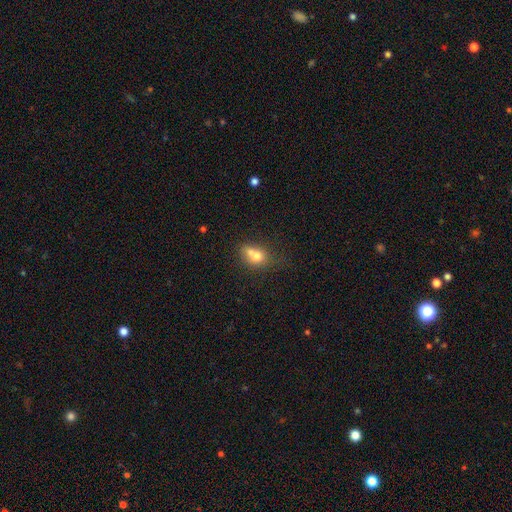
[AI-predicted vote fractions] A smooth galaxy with no disk features (70%) that is round (51%).

Vote fractions:
- Smooth or featured? smooth: 70% / featured or disk: 19% / star or artifact: 11%
- How rounded? round: 51% / in between: 47% / cigar-shaped: 2%
- Merging? merger: 50% / none: 31% / minor disturbance: 13% / major disturbance: 6%